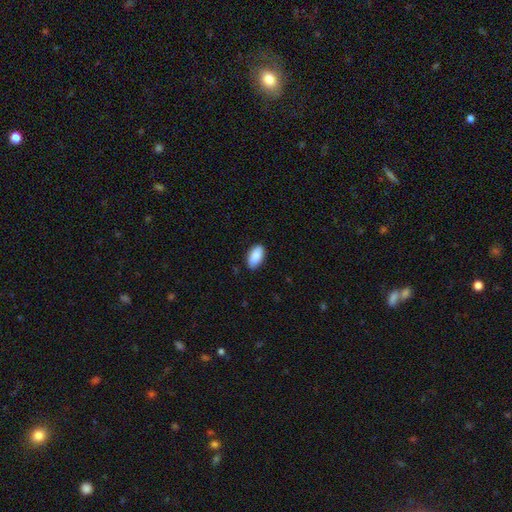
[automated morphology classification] A smooth galaxy with no disk features (90%) that is in between round and cigar-shaped (94%).

Vote fractions:
- Smooth or featured? smooth: 90% / star or artifact: 6% / featured or disk: 4%
- How rounded? in between: 94% / cigar-shaped: 3% / round: 2%
- Merging? none: 87% / minor disturbance: 10% / major disturbance: 2% / merger: 1%